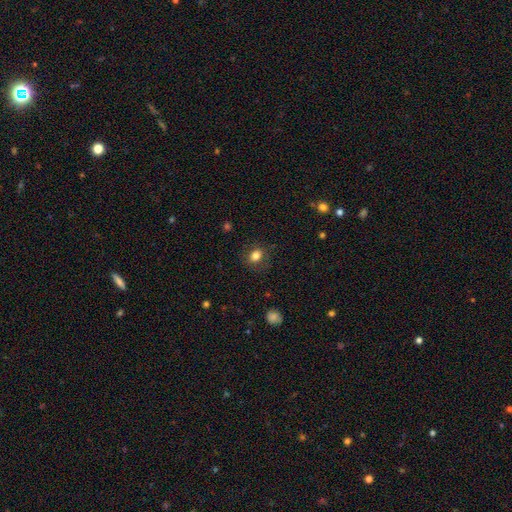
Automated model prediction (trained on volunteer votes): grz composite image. It shows a smooth galaxy with no disk features (80%) that is round (56%). Merging: none (83%).